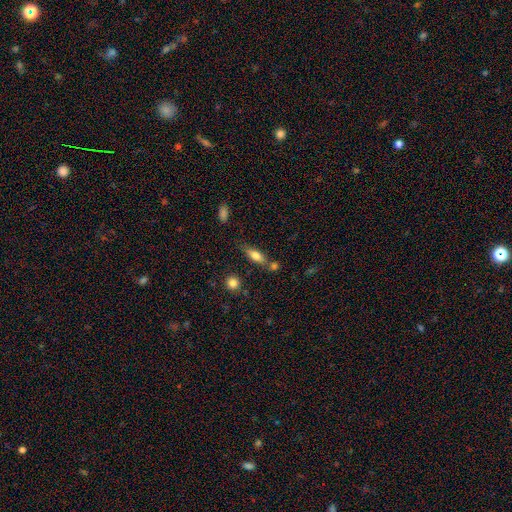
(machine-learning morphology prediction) This is likely a smooth galaxy (70%). How rounded: possibly in between (58%). Merging: possibly none (58%).